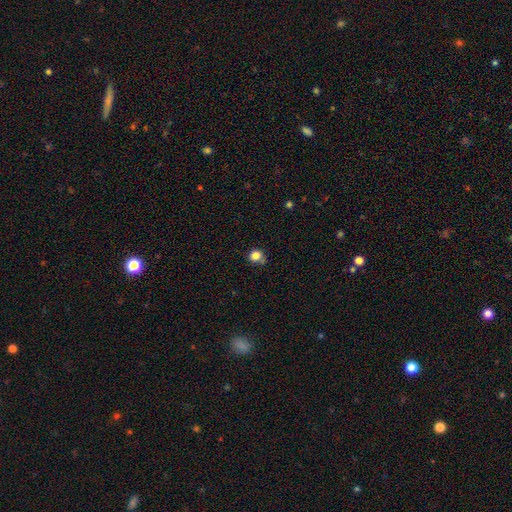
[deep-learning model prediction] A smooth galaxy with no disk features (83%) that is round (82%).

Vote fractions:
- Smooth or featured? smooth: 83% / star or artifact: 12% / featured or disk: 6%
- How rounded? round: 82% / in between: 18% / cigar-shaped: 1%
- Merging? none: 68% / minor disturbance: 19% / merger: 8% / major disturbance: 5%